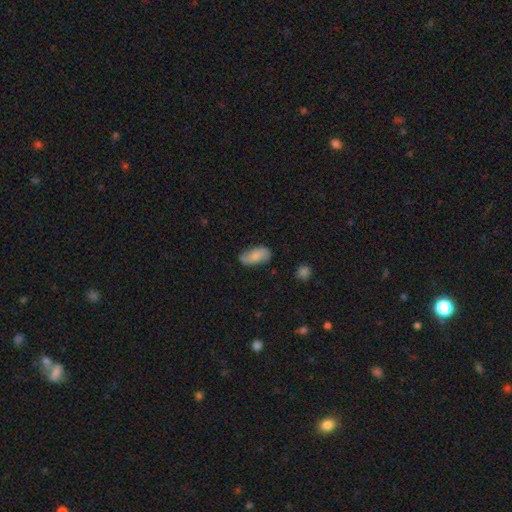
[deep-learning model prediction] Smooth or featured: smooth — 66% (featured or disk — 27%)
How rounded: in between — 92% (cigar-shaped — 5%)
Merging: none — 74% (minor disturbance — 20%)